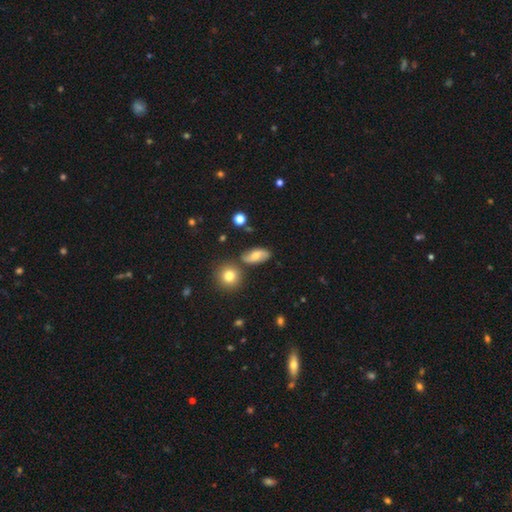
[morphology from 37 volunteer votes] smooth-or-featured: featured or disk: 49% | smooth: 43% | star or artifact: 8%
  disk-edge-on: no: 94% | yes: 6%
    bar: weak: 59% | no: 35% | strong: 6%
    has-spiral-arms: yes: 94% | no: 6%
      spiral-winding: loose: 56% | medium: 31% | tight: 12%
      spiral-arm-count: 2: 88% | can't tell: 12% | 1: 0% | 3: 0% | 4: 0% | more than 4: 0%
    bulge-size: moderate: 59% | large: 18% | small: 18% | none: 6% | dominant: 0%
  merging: none: 79% | merger: 12% | major disturbance: 6% | minor disturbance: 3%